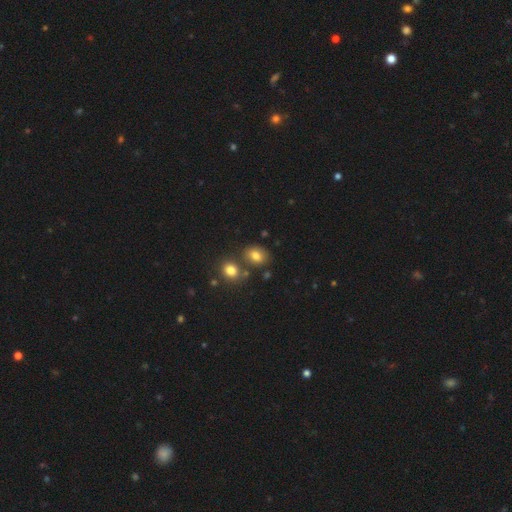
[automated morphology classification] type=smooth (78%); roundness=in between (54%); merging=none (69%).